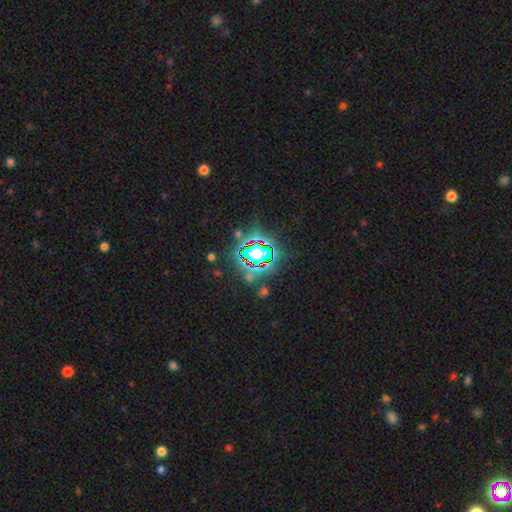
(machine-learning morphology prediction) This is clearly a star or artifact rather than a galaxy (81%).